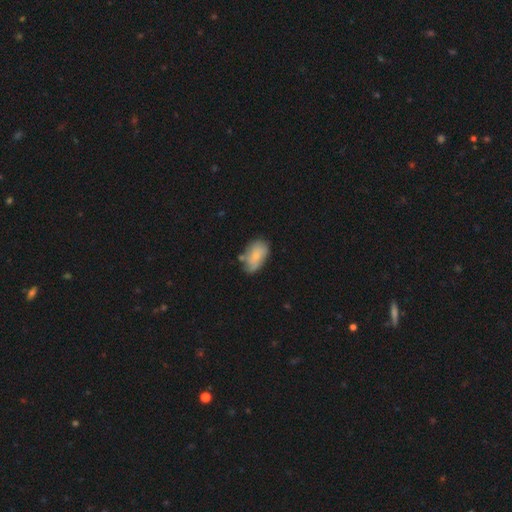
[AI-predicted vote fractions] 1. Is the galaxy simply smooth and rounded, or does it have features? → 77% smooth, 16% featured or disk, 7% star or artifact.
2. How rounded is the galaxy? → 92% in between, 5% round, 3% cigar-shaped.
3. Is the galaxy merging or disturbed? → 51% none, 32% minor disturbance, 9% major disturbance, 8% merger.